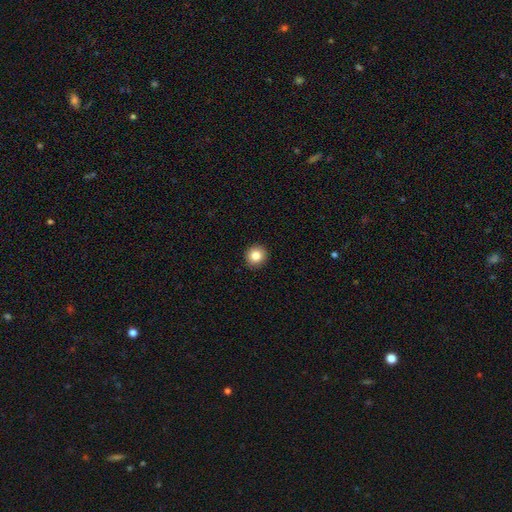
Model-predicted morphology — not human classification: The model was most divided on "smooth or featured": smooth: 85%, star or artifact: 10%, featured or disk: 6%. More confident: merging — none (92%); how rounded — round (91%).